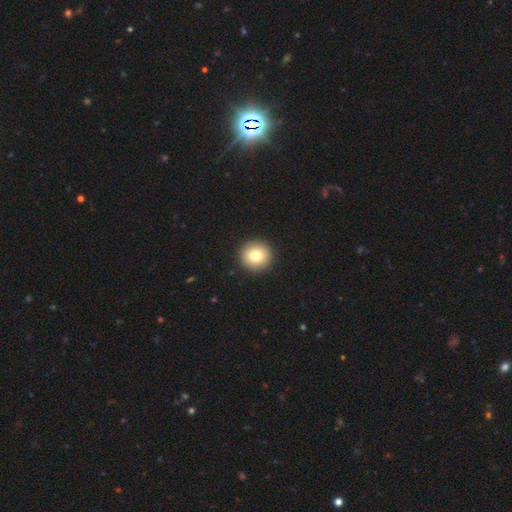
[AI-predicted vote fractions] Overall: smooth (78%). How rounded: round (94%). Merging: none (93%).